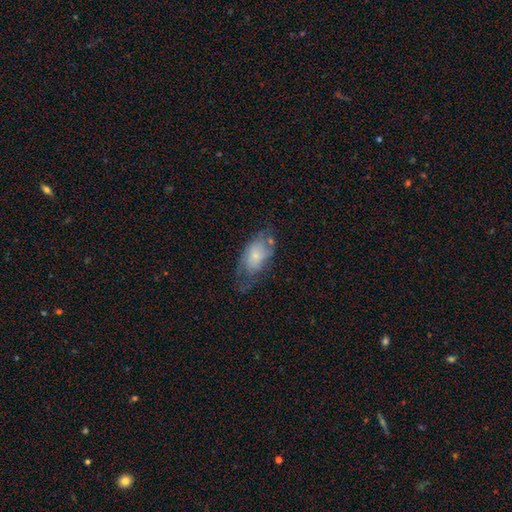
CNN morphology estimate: Smooth or featured: smooth — 61% (featured or disk — 32%)
How rounded: in between — 90% (round — 6%)
Merging: none — 41% (minor disturbance — 32%)